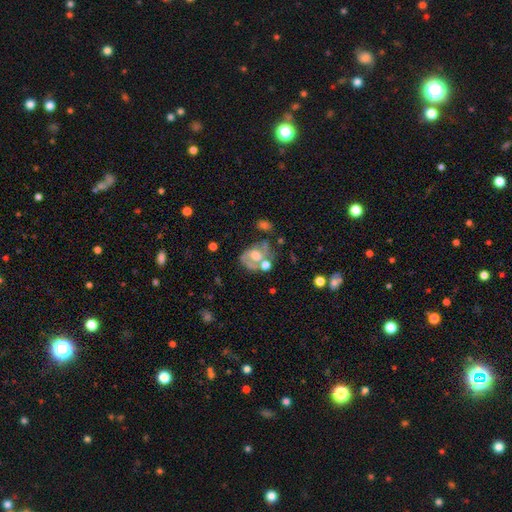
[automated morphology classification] type=featured or disk (65%); edge-on=no (97%); bar=no (70%); spiral arms=yes (65%); bulge=moderate (46%); merging=none (37%).